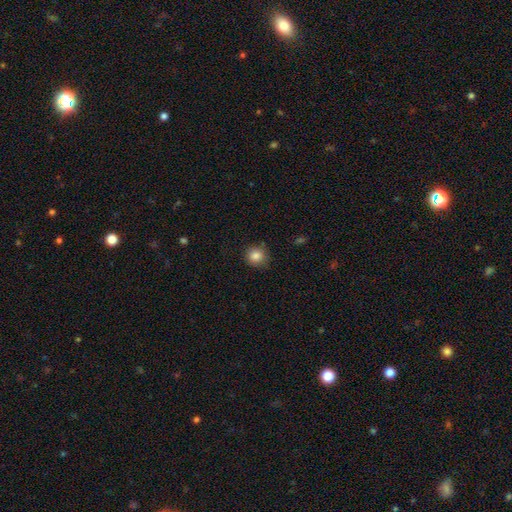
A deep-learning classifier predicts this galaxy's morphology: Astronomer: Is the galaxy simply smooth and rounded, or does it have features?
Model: smooth — 85%.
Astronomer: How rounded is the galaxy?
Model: round — 90%.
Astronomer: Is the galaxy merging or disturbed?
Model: none — 85%.